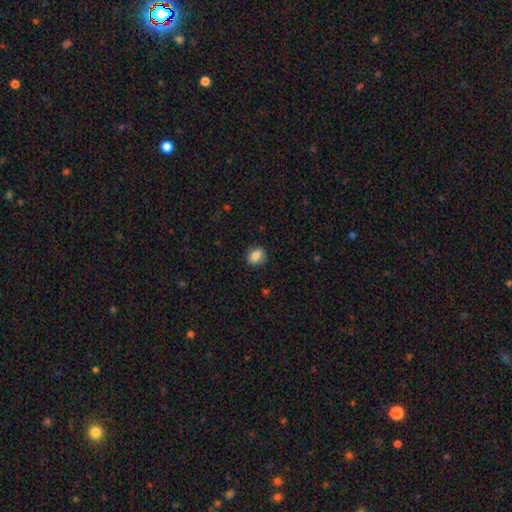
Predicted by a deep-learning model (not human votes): smooth_or_featured: smooth (p=0.84) [alt: star or artifact p=0.09]
how_rounded: round (p=0.52) [alt: in between p=0.47]
merging: none (p=0.87) [alt: minor disturbance p=0.10]